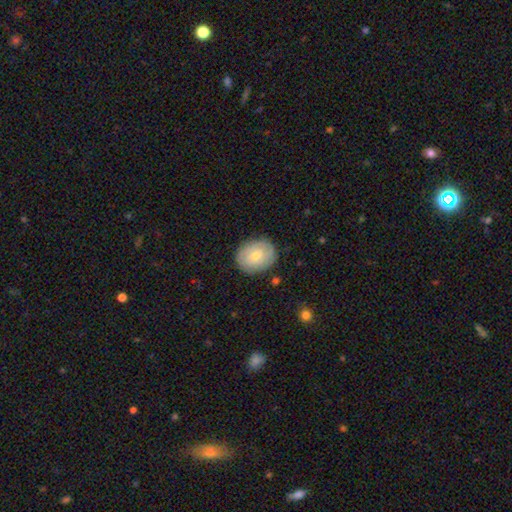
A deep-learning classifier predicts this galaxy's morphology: Smooth or featured? smooth (57%)
How rounded? round (55%)
Merging? none (83%)